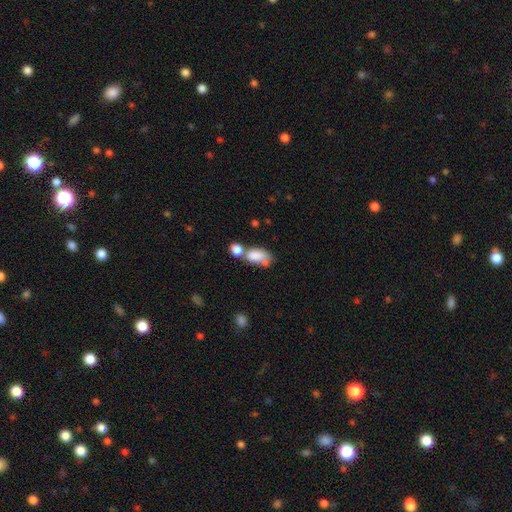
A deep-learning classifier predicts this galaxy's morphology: This is likely a smooth galaxy (78%). How rounded: clearly in between (89%). Merging: possibly merger (53%).